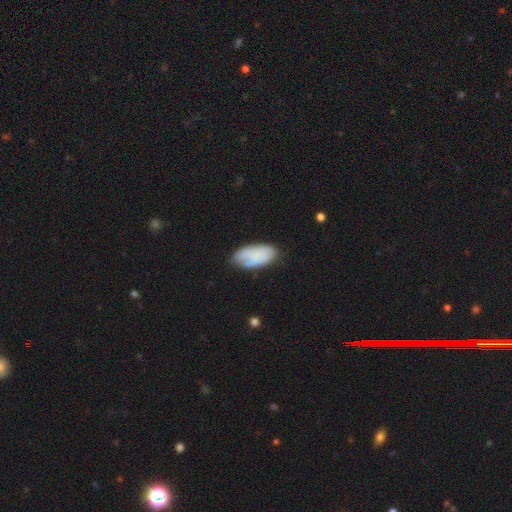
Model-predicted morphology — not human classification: Smooth or featured: smooth — 72% (featured or disk — 21%)
How rounded: in between — 93% (cigar-shaped — 4%)
Merging: none — 67% (minor disturbance — 24%)